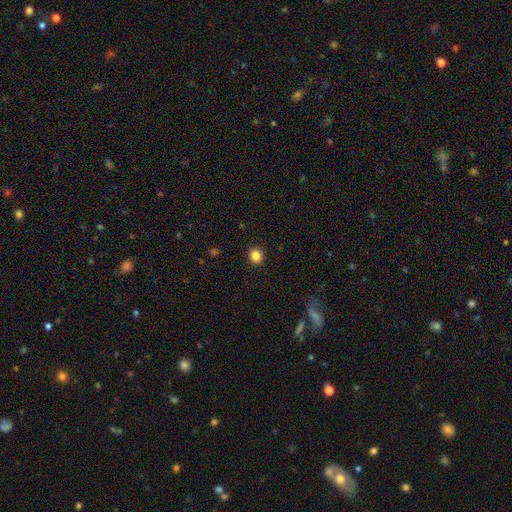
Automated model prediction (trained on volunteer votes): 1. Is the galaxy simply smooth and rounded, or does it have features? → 85% smooth, 11% star or artifact, 4% featured or disk.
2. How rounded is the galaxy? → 75% round, 24% in between, 1% cigar-shaped.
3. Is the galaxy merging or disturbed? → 92% none, 6% minor disturbance, 2% major disturbance, 1% merger.